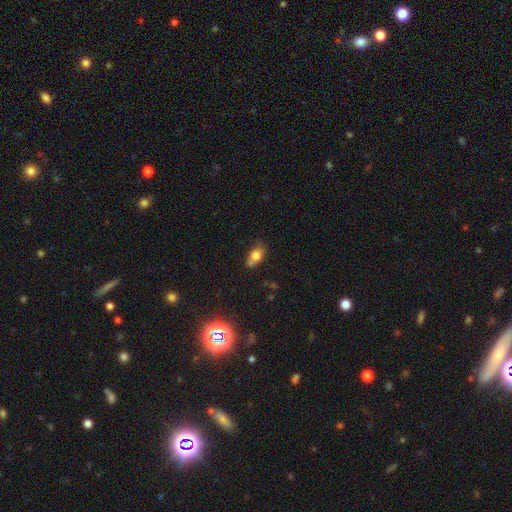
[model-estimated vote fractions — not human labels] Morphology: type=smooth (74%); roundness=in between (79%); merging=none (51%).